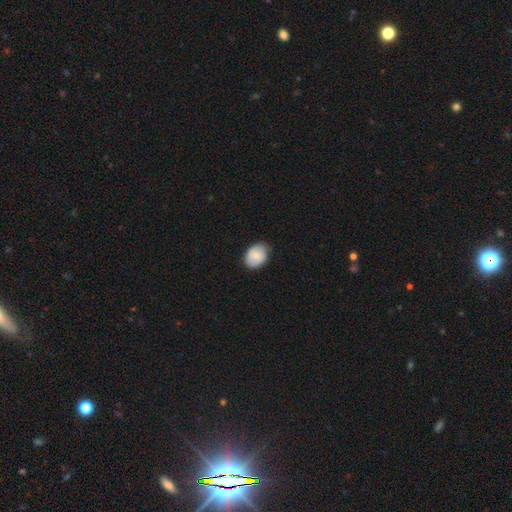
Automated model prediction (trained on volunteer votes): Q: Smooth or featured?
A: smooth (71%); runner-up: featured or disk (22%)
Q: How rounded?
A: in between (65%); runner-up: round (34%)
Q: Merging?
A: none (76%); runner-up: minor disturbance (19%)